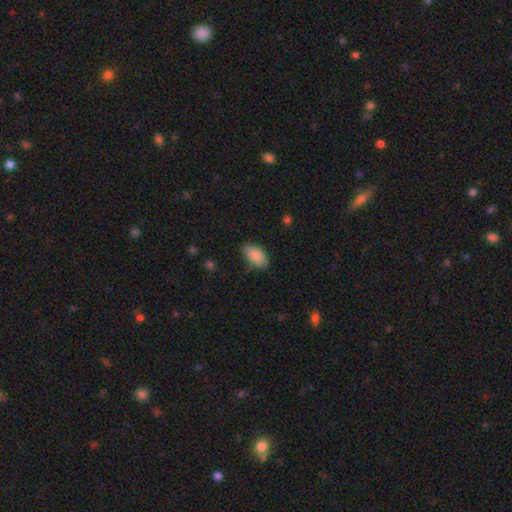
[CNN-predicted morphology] smooth 85%, featured or disk 8%, star or artifact 6%. Down the decision tree: how rounded — in between (94%); merging — none (76%).